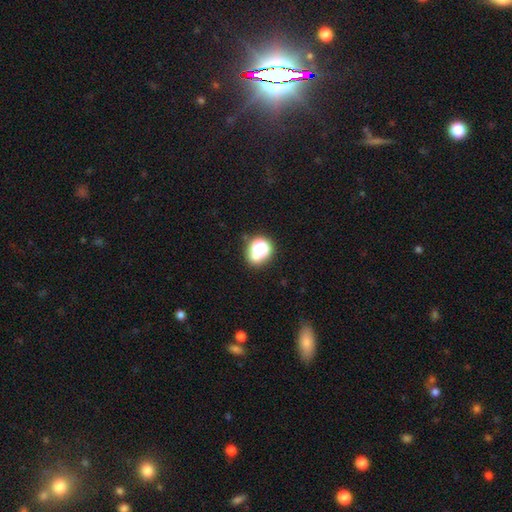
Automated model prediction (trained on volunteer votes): smooth_or_featured: smooth (p=0.53) [alt: star or artifact p=0.35]
how_rounded: round (p=0.76) [alt: in between p=0.23]
merging: none (p=0.67) [alt: merger p=0.13]